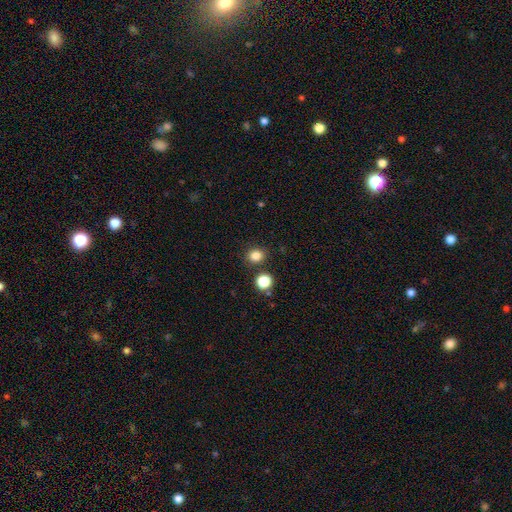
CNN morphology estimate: Smooth or featured? smooth (83%)
How rounded? round (75%)
Merging? none (84%)